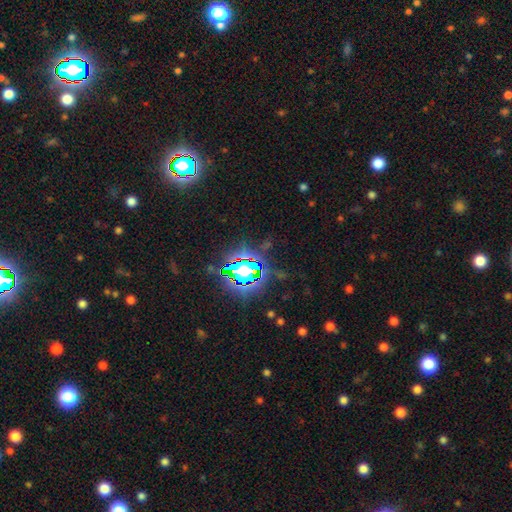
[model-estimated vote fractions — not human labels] star or artifact 81%, smooth 11%, featured or disk 7%.